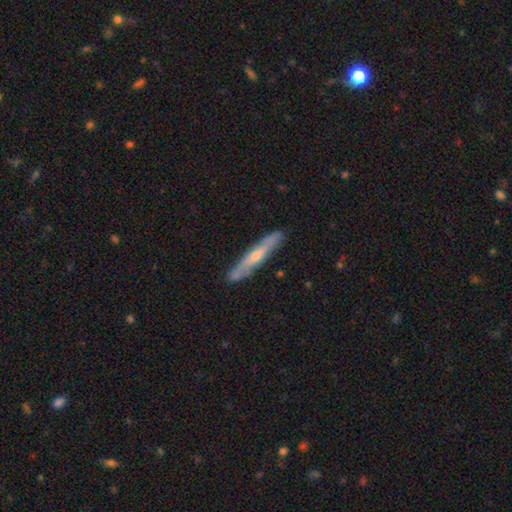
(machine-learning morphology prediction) Smooth or featured? featured or disk (56%)
Edge-on disk? yes (86%)
Merging? none (86%)